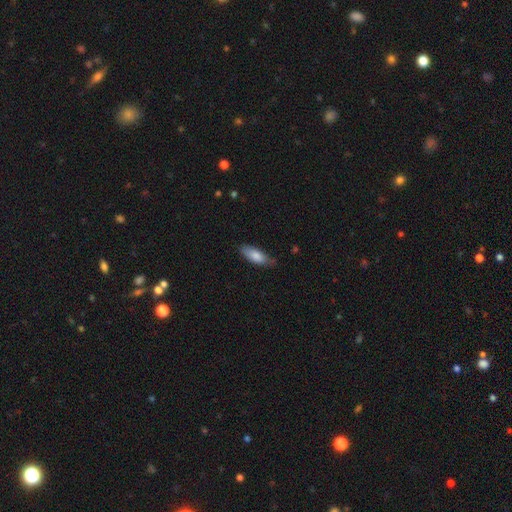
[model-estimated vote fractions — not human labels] A smooth galaxy with no disk features (81%) that is in between round and cigar-shaped (69%).

Vote fractions:
- Smooth or featured? smooth: 81% / featured or disk: 13% / star or artifact: 6%
- How rounded? in between: 69% / cigar-shaped: 29% / round: 2%
- Merging? none: 69% / minor disturbance: 25% / major disturbance: 4% / merger: 2%